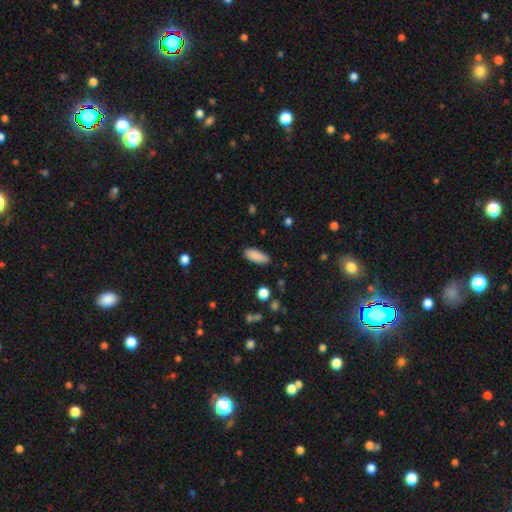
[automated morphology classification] Q: Smooth or featured?
A: smooth (89%); runner-up: star or artifact (7%)
Q: How rounded?
A: in between (75%); runner-up: cigar-shaped (23%)
Q: Merging?
A: none (87%); runner-up: minor disturbance (9%)